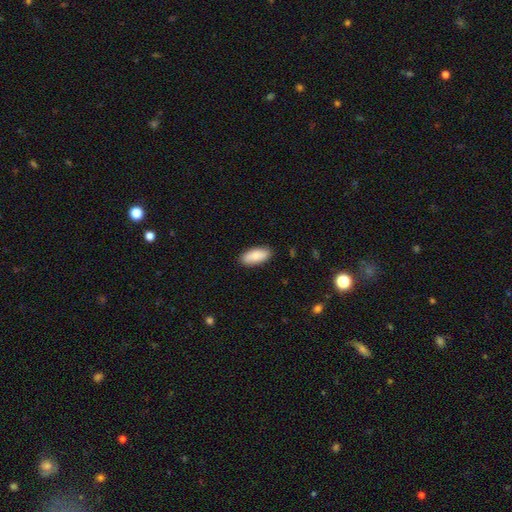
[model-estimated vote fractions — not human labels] Q: Smooth or featured?
A: smooth (82%); runner-up: featured or disk (12%)
Q: How rounded?
A: in between (87%); runner-up: cigar-shaped (10%)
Q: Merging?
A: none (87%); runner-up: minor disturbance (10%)